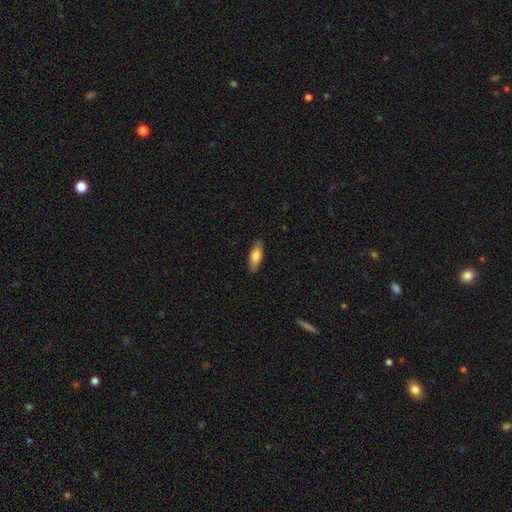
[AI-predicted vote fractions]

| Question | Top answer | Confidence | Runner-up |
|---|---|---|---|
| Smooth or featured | smooth | 78% | featured or disk (16%) |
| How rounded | in between | 67% | cigar-shaped (31%) |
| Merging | none | 87% | minor disturbance (10%) |